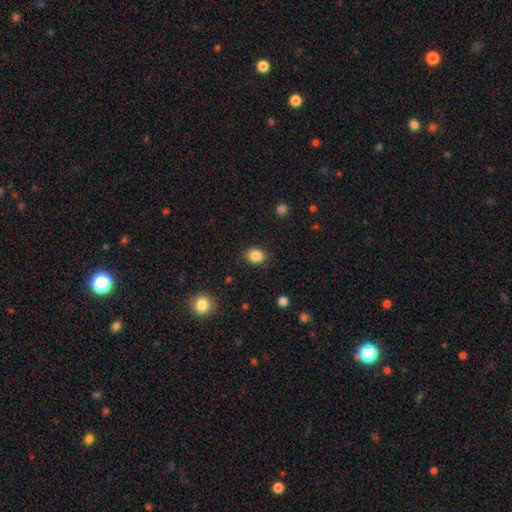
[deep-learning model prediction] Smooth or featured?
  - smooth: 86% *
  - star or artifact: 10%
  - featured or disk: 5%
How rounded?
  - round: 55% *
  - in between: 44%
  - cigar-shaped: 1%
Merging?
  - none: 86% *
  - minor disturbance: 10%
  - major disturbance: 3%
  - merger: 1%